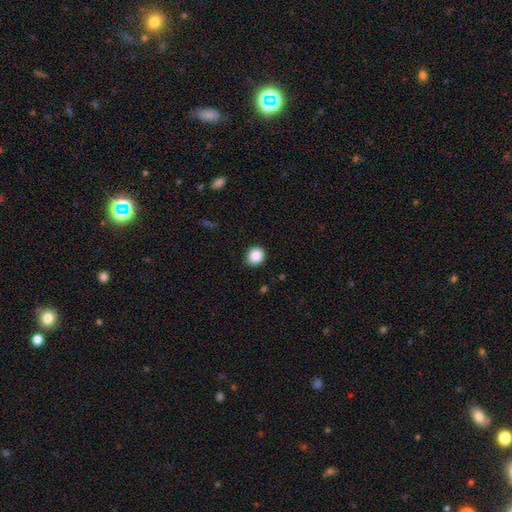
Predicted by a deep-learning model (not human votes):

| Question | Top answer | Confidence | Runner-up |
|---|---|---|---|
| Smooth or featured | smooth | 88% | star or artifact (9%) |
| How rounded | round | 83% | in between (16%) |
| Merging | none | 88% | minor disturbance (9%) |